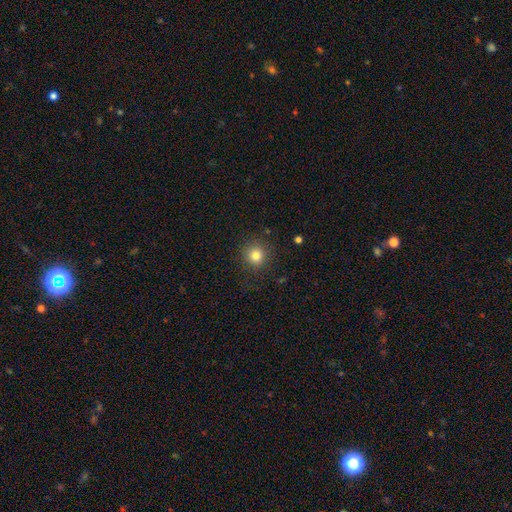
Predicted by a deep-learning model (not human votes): This is clearly a smooth galaxy (81%). How rounded: clearly round (92%). Merging: clearly none (88%).